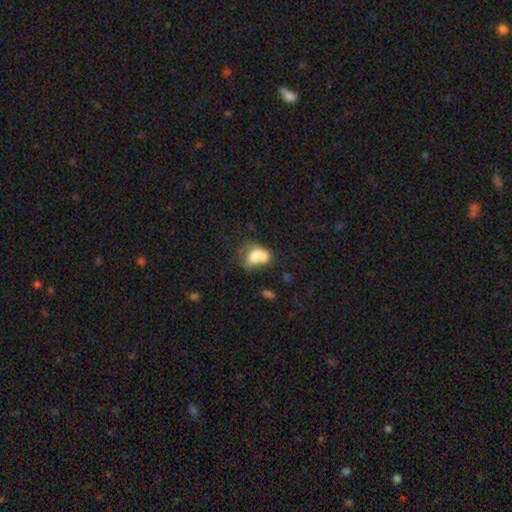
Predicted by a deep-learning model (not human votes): A smooth galaxy with no disk features (65%) that is in between round and cigar-shaped (70%).

Vote fractions:
- Smooth or featured? smooth: 65% / featured or disk: 26% / star or artifact: 9%
- How rounded? in between: 70% / round: 29% / cigar-shaped: 2%
- Merging? merger: 54% / none: 20% / minor disturbance: 13% / major disturbance: 13%